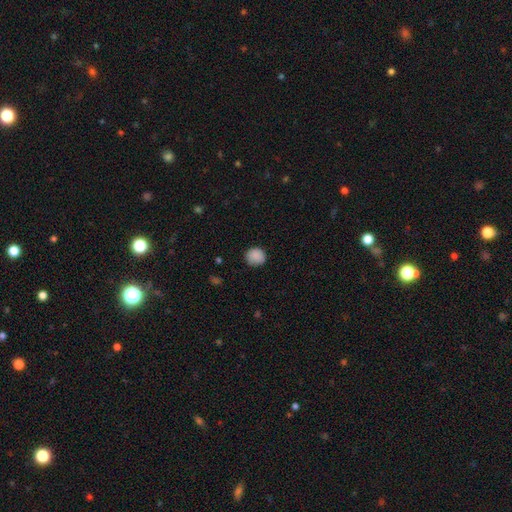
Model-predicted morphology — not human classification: Overall: smooth (88%). How rounded: round (88%). Merging: none (84%).